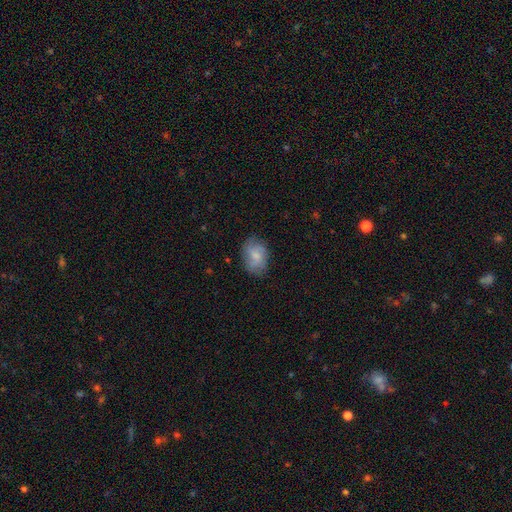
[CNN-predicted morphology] This is possibly a smooth galaxy (59%). How rounded: likely in between (76%). Merging: likely none (72%).